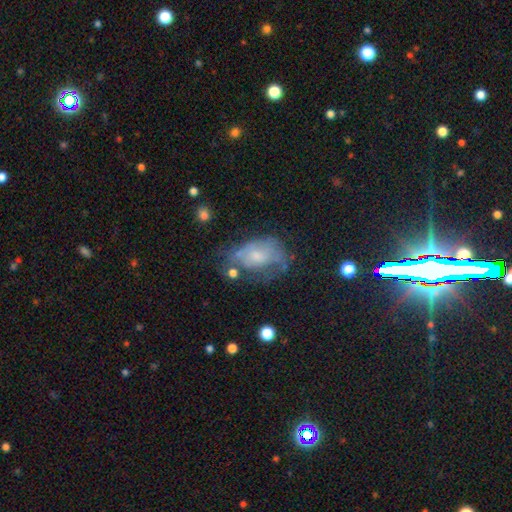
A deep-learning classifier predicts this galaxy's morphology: A featured or disk galaxy (46%). Merging: none (32%).